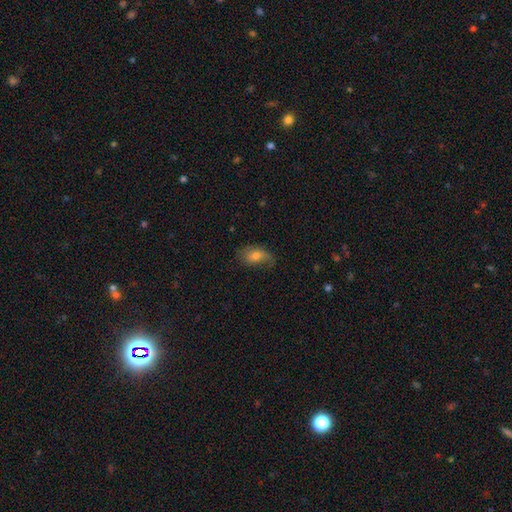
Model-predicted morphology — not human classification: smooth_or_featured: smooth (p=0.65) [alt: featured or disk p=0.25]
how_rounded: in between (p=0.87) [alt: round p=0.10]
merging: none (p=0.55) [alt: minor disturbance p=0.30]